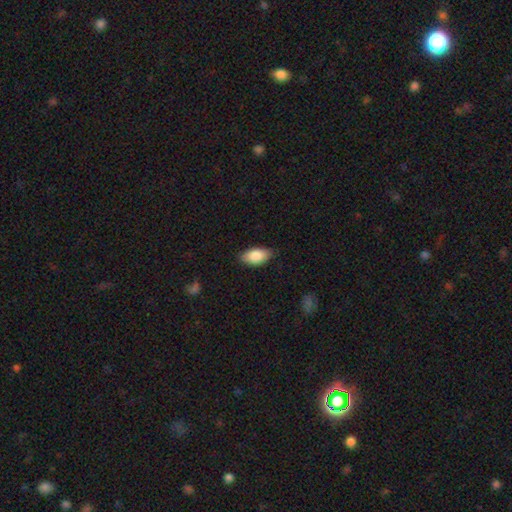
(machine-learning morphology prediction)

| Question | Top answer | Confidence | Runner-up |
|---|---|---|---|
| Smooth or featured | smooth | 86% | featured or disk (8%) |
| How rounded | in between | 93% | round (3%) |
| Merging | none | 82% | minor disturbance (14%) |